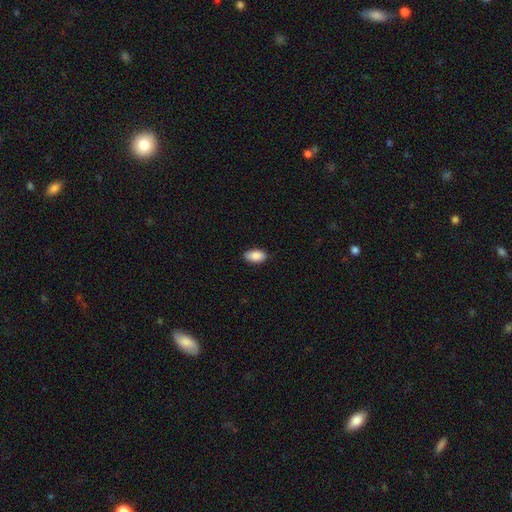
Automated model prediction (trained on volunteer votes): A smooth galaxy with no disk features (89%) that is in between round and cigar-shaped (94%). Merging: none (86%).